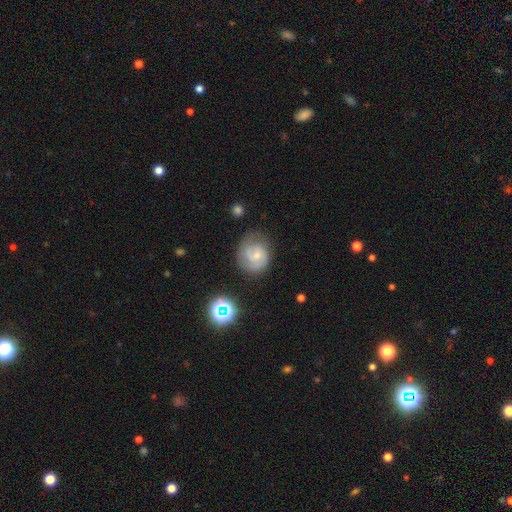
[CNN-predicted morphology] Q: Smooth or featured?
A: featured or disk (56%); runner-up: smooth (34%)
Q: Edge-on disk?
A: no (98%); runner-up: yes (2%)
Q: Bar?
A: no (56%); runner-up: weak (38%)
Q: Spiral arms?
A: yes (88%); runner-up: no (12%)
Q: Bulge size?
A: small (53%); runner-up: moderate (28%)
Q: Merging?
A: none (64%); runner-up: minor disturbance (22%)